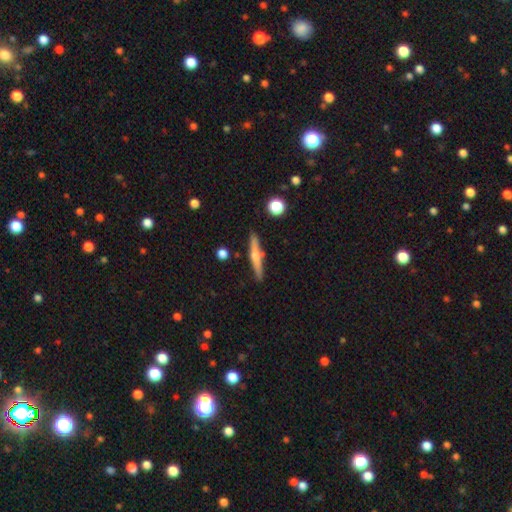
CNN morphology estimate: This appears to be a featured or disk galaxy (48%). Merging: none (84%).